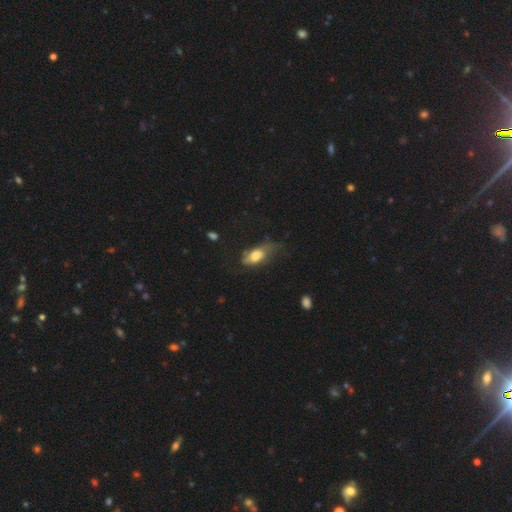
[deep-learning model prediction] Q: Smooth or featured?
A: smooth (62%); runner-up: featured or disk (29%)
Q: How rounded?
A: in between (82%); runner-up: cigar-shaped (12%)
Q: Merging?
A: none (34%); runner-up: major disturbance (33%)